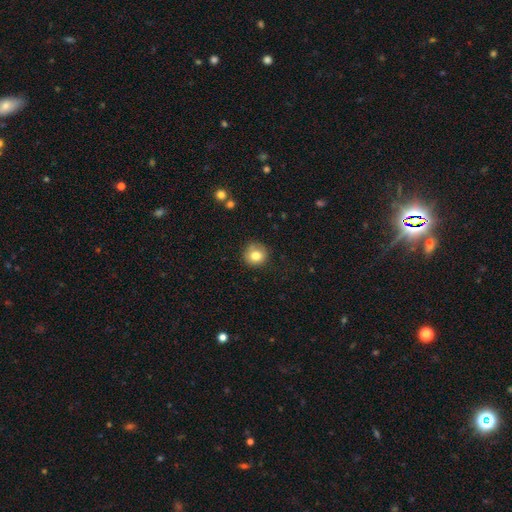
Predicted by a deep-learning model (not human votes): This is clearly a smooth galaxy (80%). How rounded: clearly round (91%). Merging: likely none (79%).